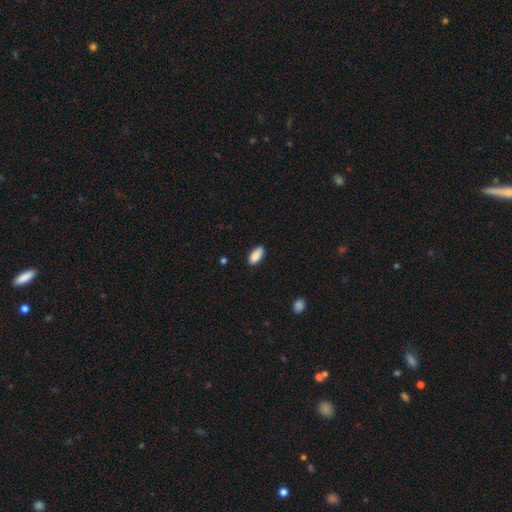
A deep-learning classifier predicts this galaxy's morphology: A smooth galaxy with no disk features (89%) that is in between round and cigar-shaped (90%).

Vote fractions:
- Smooth or featured? smooth: 89% / star or artifact: 7% / featured or disk: 4%
- How rounded? in between: 90% / cigar-shaped: 7% / round: 2%
- Merging? none: 85% / minor disturbance: 12% / major disturbance: 2% / merger: 1%